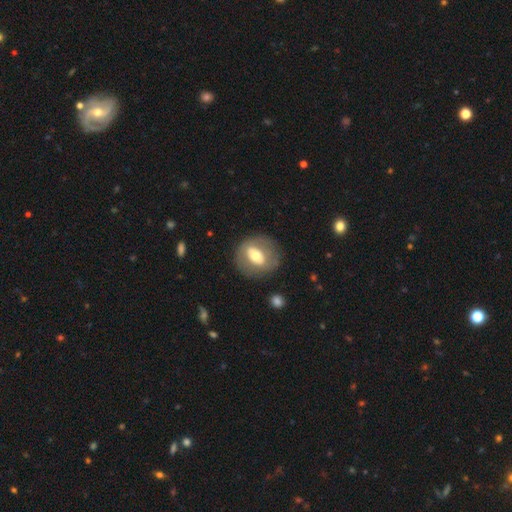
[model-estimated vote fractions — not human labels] Smooth or featured? Predicted: smooth (p=0.47). Merging? Predicted: none (p=0.75).